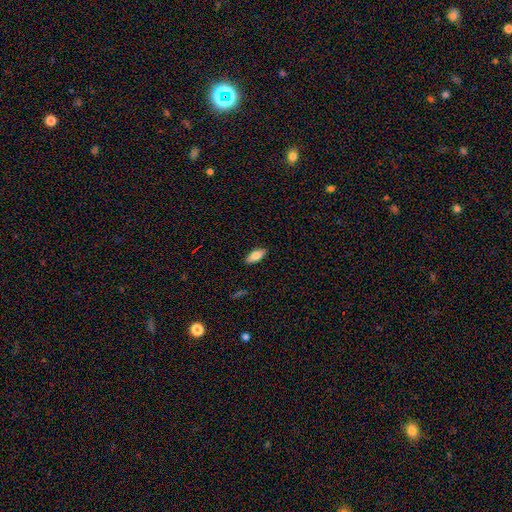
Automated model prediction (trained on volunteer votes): This appears to be a smooth galaxy with no disk features (79%) that is in between round and cigar-shaped (82%). Merging: none (89%).